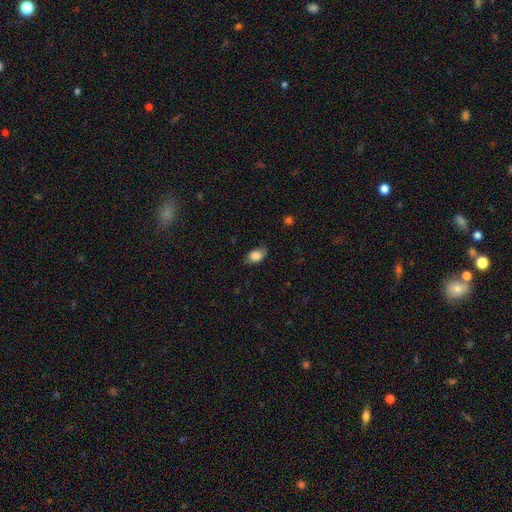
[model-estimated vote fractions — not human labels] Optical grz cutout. It shows a smooth galaxy with no disk features (85%) that is in between round and cigar-shaped (86%). Merging: none (74%).